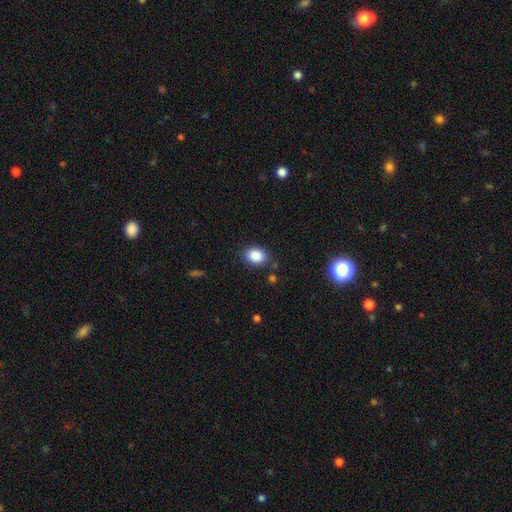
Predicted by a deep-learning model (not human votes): This appears to be a smooth galaxy with no disk features (87%) that is in between round and cigar-shaped (66%). Merging: none (83%).